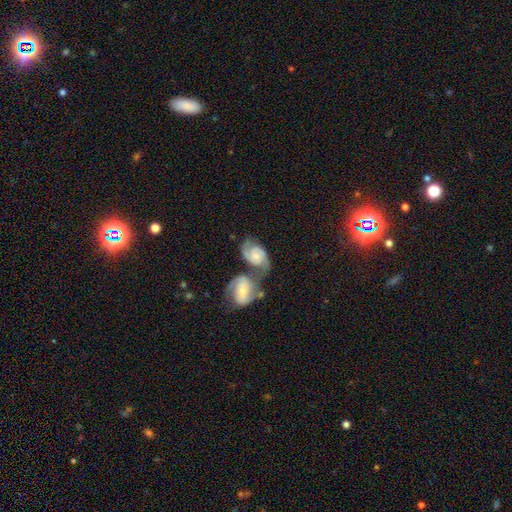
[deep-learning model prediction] A featured or disk galaxy (78%) with no bar (61%), 2 (87%) medium (53%) spiral arms (96%) and a small central bulge (55%). Merging: merger (57%).